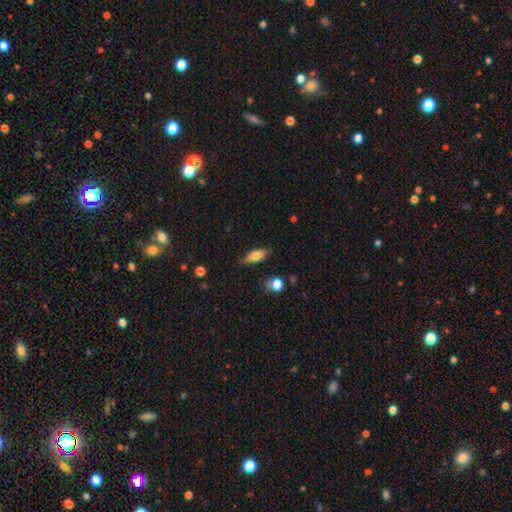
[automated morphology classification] Smooth or featured?
  - smooth: 66% *
  - featured or disk: 27%
  - star or artifact: 7%
How rounded?
  - in between: 68% *
  - cigar-shaped: 28%
  - round: 4%
Merging?
  - none: 80% *
  - minor disturbance: 15%
  - major disturbance: 3%
  - merger: 2%